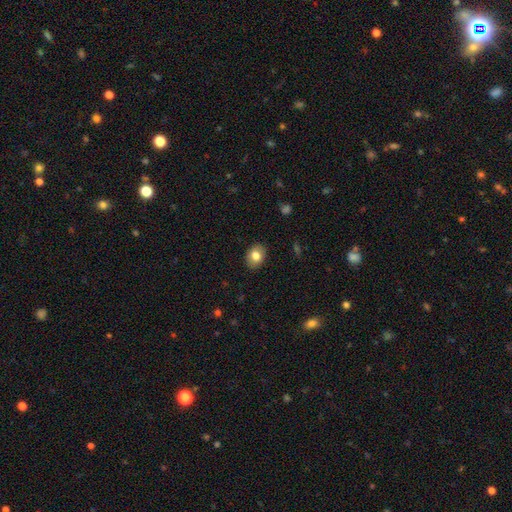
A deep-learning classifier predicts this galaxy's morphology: Overall: smooth (80%). How rounded: in between (68%; round 31%). Merging: none (88%).